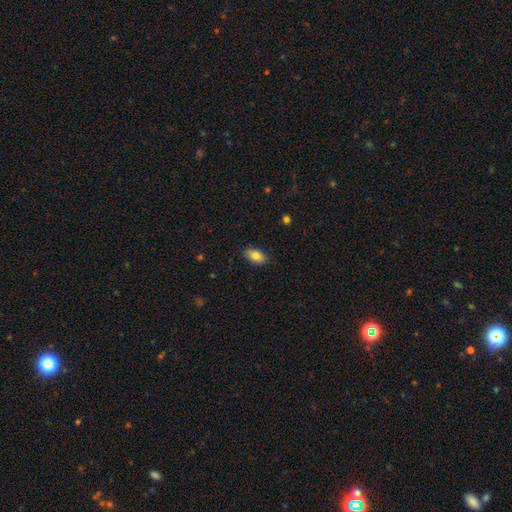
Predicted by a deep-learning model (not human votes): Smooth or featured?
  - smooth: 83% *
  - featured or disk: 9%
  - star or artifact: 7%
How rounded?
  - in between: 93% *
  - round: 5%
  - cigar-shaped: 3%
Merging?
  - none: 87% *
  - minor disturbance: 10%
  - major disturbance: 2%
  - merger: 1%